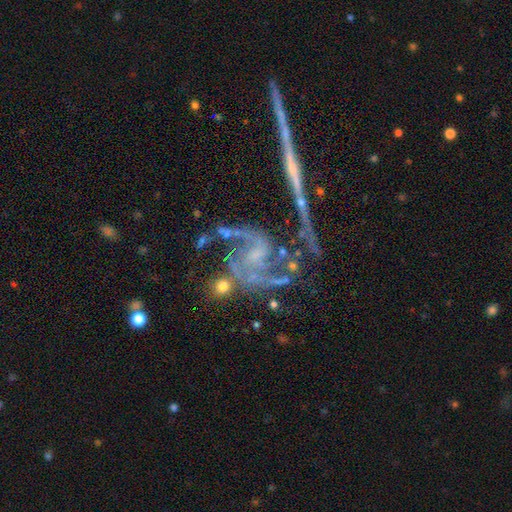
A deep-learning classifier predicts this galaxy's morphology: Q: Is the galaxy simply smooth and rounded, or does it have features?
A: featured or disk — 87%.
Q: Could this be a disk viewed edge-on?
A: no — 95%.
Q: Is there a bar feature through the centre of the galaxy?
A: no — 51%.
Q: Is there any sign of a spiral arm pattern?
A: yes — 96%.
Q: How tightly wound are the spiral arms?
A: medium — 52%.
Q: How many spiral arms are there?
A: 2 — 64%.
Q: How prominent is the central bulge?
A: small — 46%.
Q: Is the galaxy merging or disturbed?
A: none — 48%.